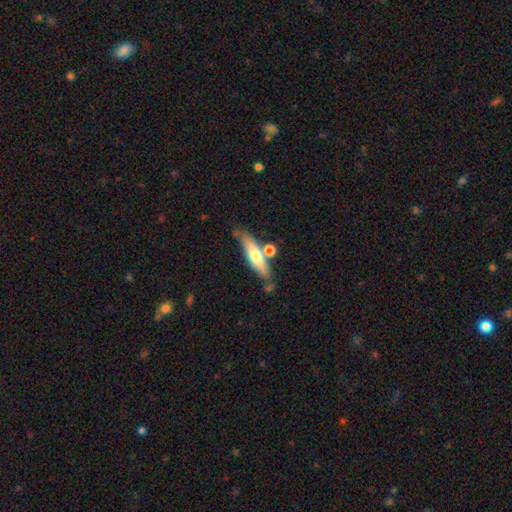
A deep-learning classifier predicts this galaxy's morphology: Overall: smooth (50%; featured or disk 43%). How rounded: cigar-shaped (70%). Merging: none (65%).